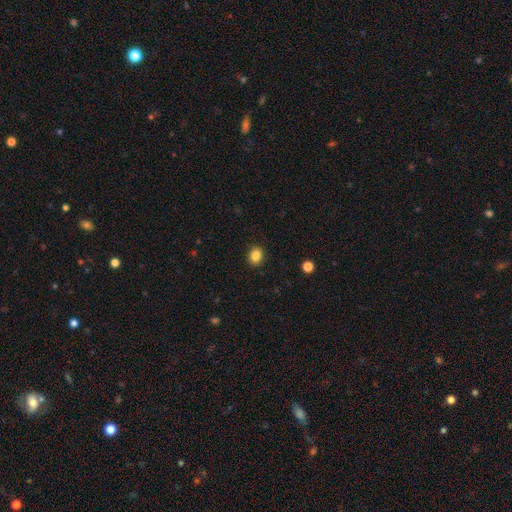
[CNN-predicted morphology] Smooth or featured? Predicted: smooth (p=0.85). How rounded? Predicted: round (p=0.65). Merging? Predicted: none (p=0.91).